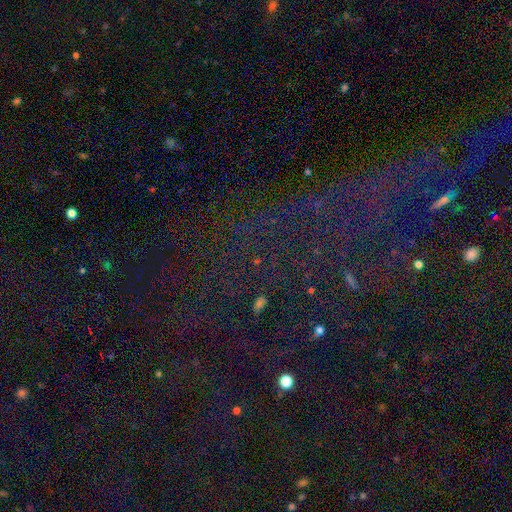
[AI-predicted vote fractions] Smooth or featured? star or artifact (79%)